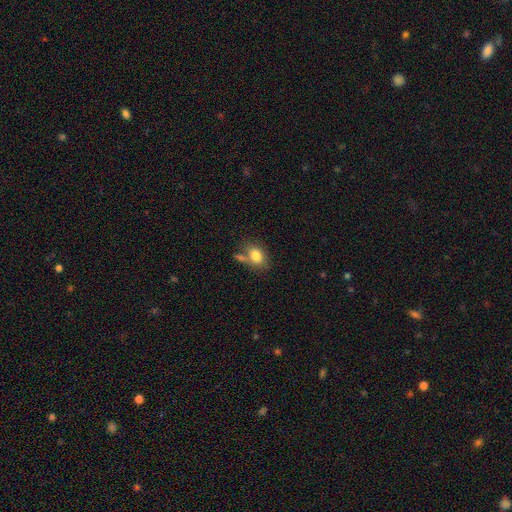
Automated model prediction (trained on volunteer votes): smooth_or_featured: smooth (p=0.81) [alt: featured or disk p=0.10]
how_rounded: in between (p=0.75) [alt: round p=0.23]
merging: none (p=0.55) [alt: merger p=0.22]